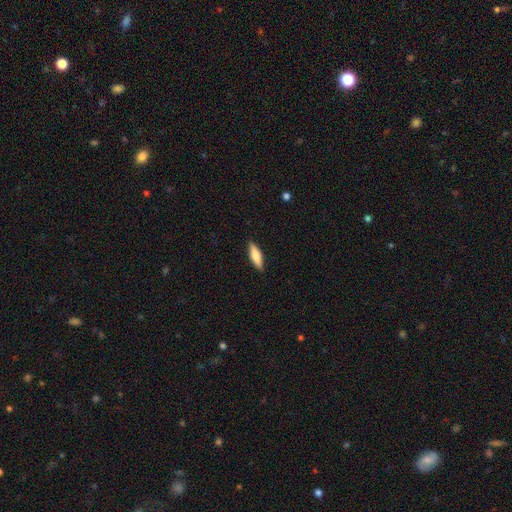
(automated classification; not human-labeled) Morphology: type=smooth (67%); roundness=cigar-shaped (53%); merging=none (88%).